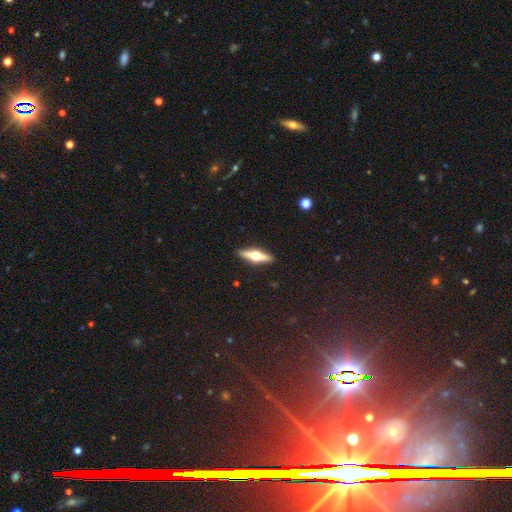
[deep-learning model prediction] smooth_or_featured: featured or disk (p=0.67) [alt: smooth p=0.27]
disk_edge_on: yes (p=0.96) [alt: no p=0.04]
edge_on_bulge: rounded (p=0.96) [alt: boxy p=0.02]
merging: none (p=0.92) [alt: minor disturbance p=0.06]